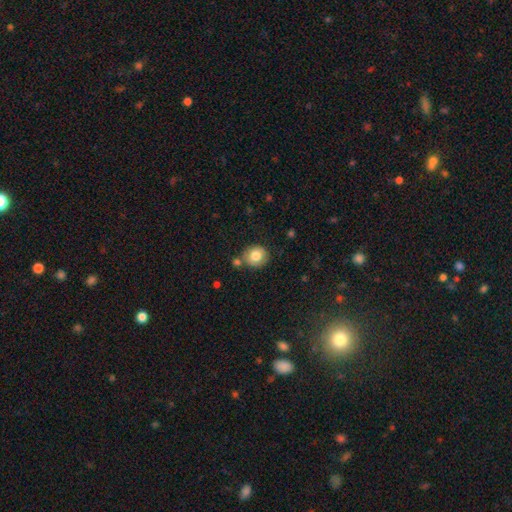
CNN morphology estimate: Smooth or featured?
  - smooth: 81% *
  - featured or disk: 11%
  - star or artifact: 9%
How rounded?
  - round: 79% *
  - in between: 20%
  - cigar-shaped: 1%
Merging?
  - none: 71% *
  - minor disturbance: 14%
  - merger: 12%
  - major disturbance: 3%